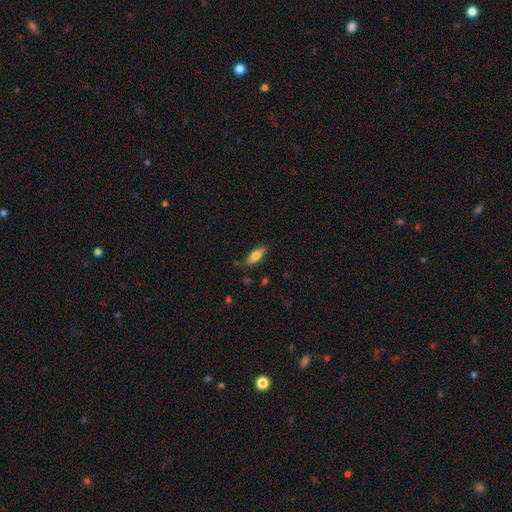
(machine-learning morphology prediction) Smooth or featured? Predicted: smooth (p=0.73). How rounded? Predicted: in between (p=0.68). Merging? Predicted: none (p=0.79).